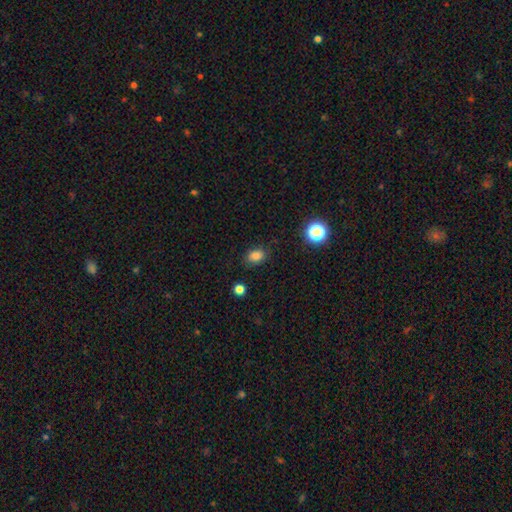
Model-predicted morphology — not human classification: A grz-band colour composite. It shows a smooth galaxy with no disk features (82%) that is in between round and cigar-shaped (73%). Merging: none (81%).